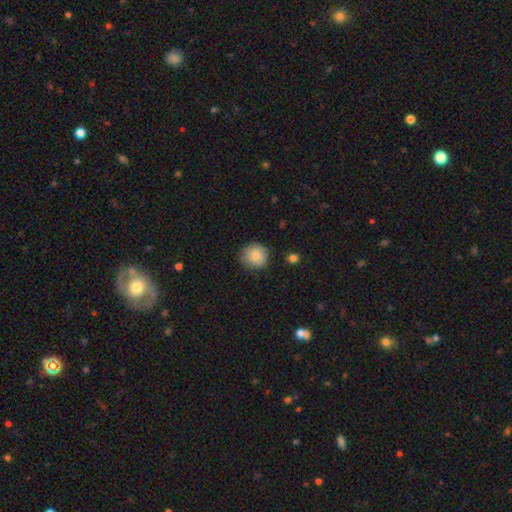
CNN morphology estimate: smooth 83%, featured or disk 9%, star or artifact 9%. Down the decision tree: how rounded — round (90%); merging — none (82%).